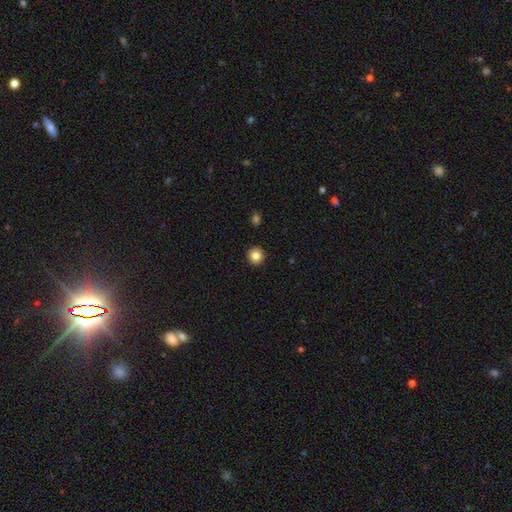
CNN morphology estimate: smooth 83%, star or artifact 10%, featured or disk 6%. Down the decision tree: how rounded — round (95%); merging — none (93%).